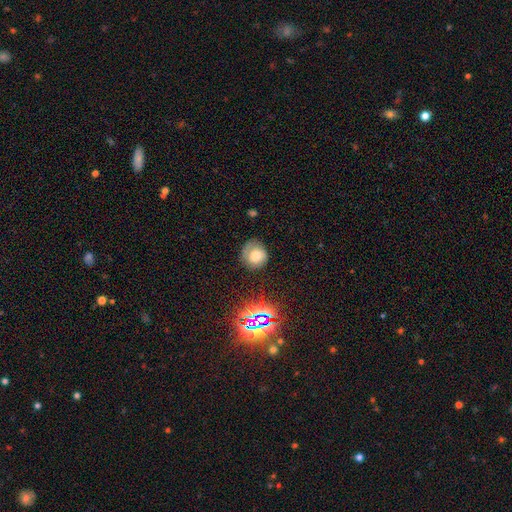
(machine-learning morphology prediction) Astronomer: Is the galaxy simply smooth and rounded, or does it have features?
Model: smooth — 62%.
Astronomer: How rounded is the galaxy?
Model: round — 83%.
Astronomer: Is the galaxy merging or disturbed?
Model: none — 67%.